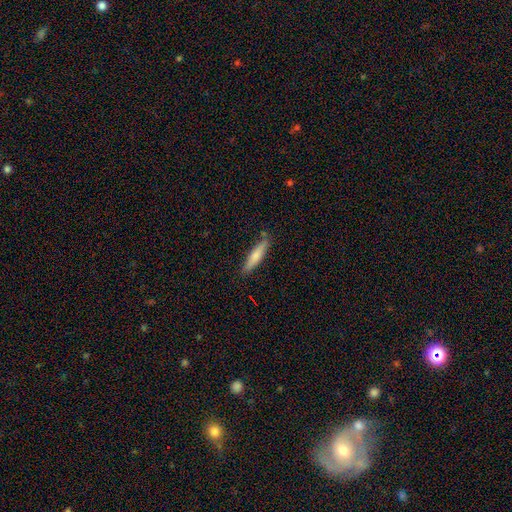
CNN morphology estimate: Smooth or featured? Predicted: smooth (p=0.70). How rounded? Predicted: cigar-shaped (p=0.85). Merging? Predicted: none (p=0.82).